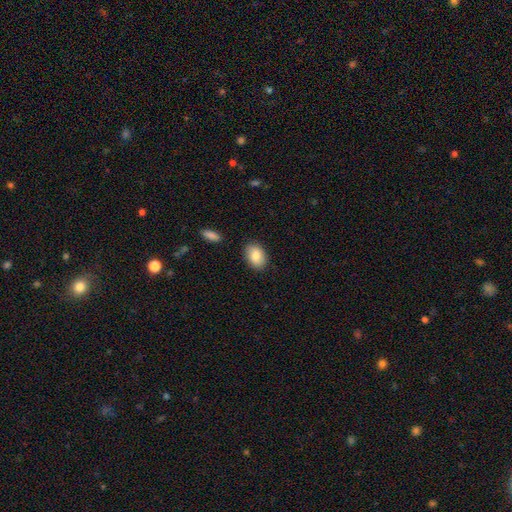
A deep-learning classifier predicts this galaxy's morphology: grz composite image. It shows a smooth galaxy with no disk features (86%) that is in between round and cigar-shaped (87%). Merging: none (86%).